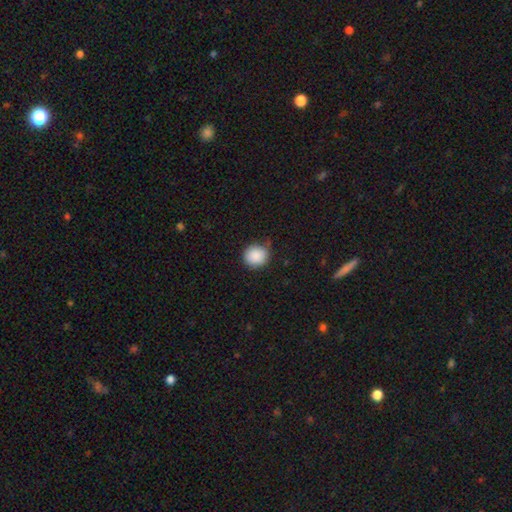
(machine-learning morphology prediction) A smooth galaxy with no disk features (88%) that is round (89%). Merging: none (64%).